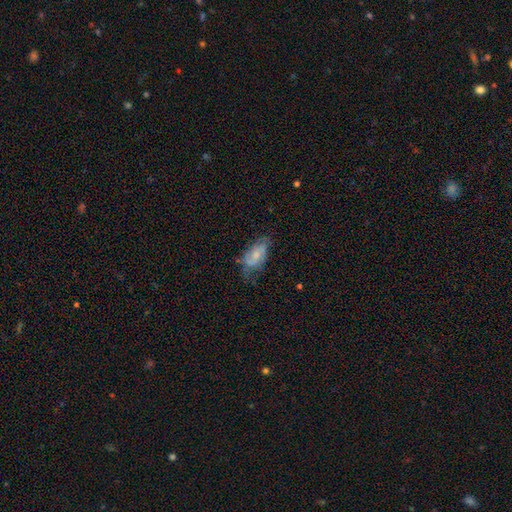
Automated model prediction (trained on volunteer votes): The model was most divided on "smooth or featured": featured or disk: 53%, smooth: 39%, star or artifact: 8%. More confident: edge-on disk — no (93%); merging — none (51%).